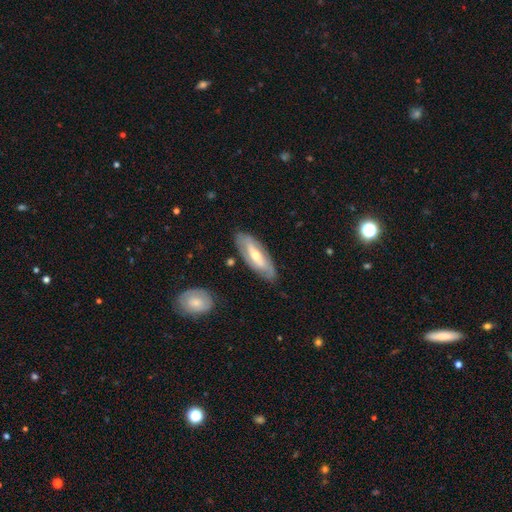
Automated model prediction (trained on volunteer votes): A featured or disk galaxy (62%).

Vote fractions:
- Smooth or featured? featured or disk: 62% / smooth: 32% / star or artifact: 6%
- Edge-on disk? no: 77% / yes: 23%
- Merging? none: 80% / minor disturbance: 14% / major disturbance: 3% / merger: 2%